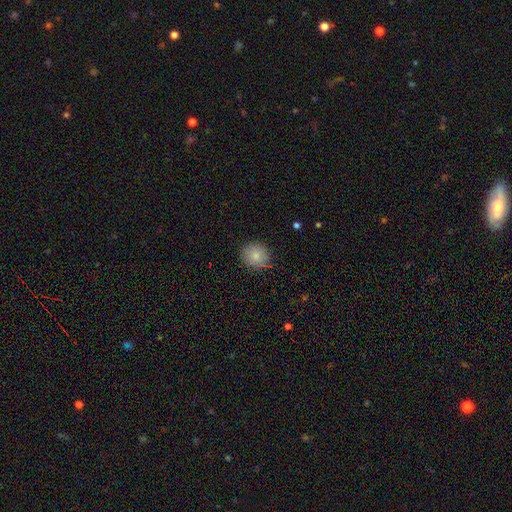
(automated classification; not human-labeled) Q: Smooth or featured?
A: smooth (84%); runner-up: star or artifact (9%)
Q: How rounded?
A: round (85%); runner-up: in between (14%)
Q: Merging?
A: none (84%); runner-up: minor disturbance (12%)